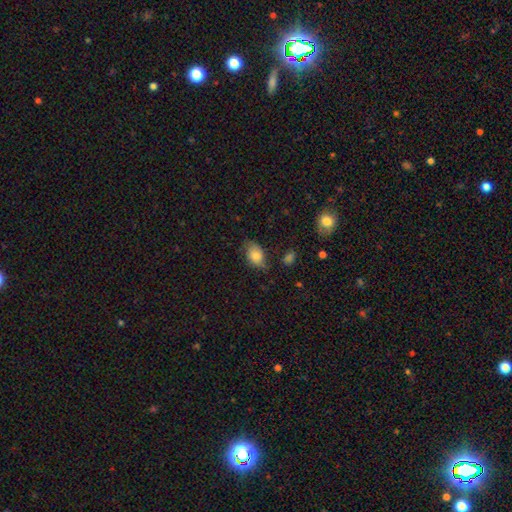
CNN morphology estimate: This is likely a smooth galaxy (73%). How rounded: clearly in between (87%). Merging: likely none (60%).